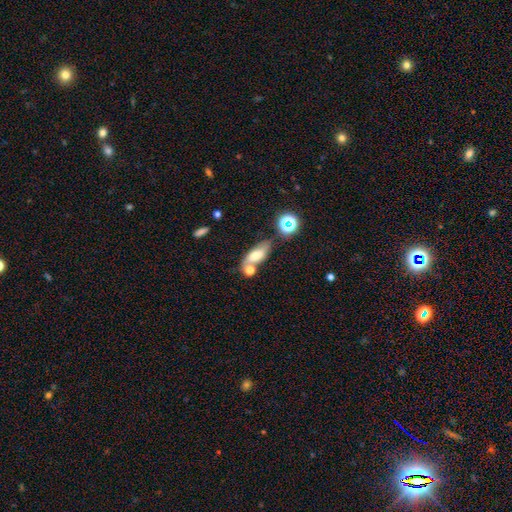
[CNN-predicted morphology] Smooth or featured: smooth — 60% (featured or disk — 27%)
How rounded: in between — 72% (cigar-shaped — 20%)
Merging: none — 50% (merger — 24%)